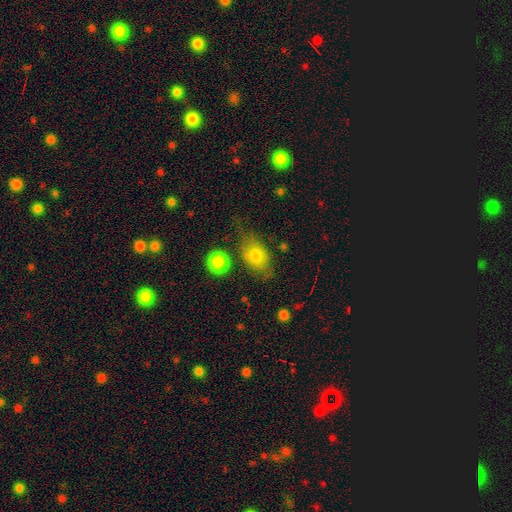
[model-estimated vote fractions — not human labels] Overall: smooth (76%). How rounded: in between (71%). Merging: none (53%; minor disturbance 25%).